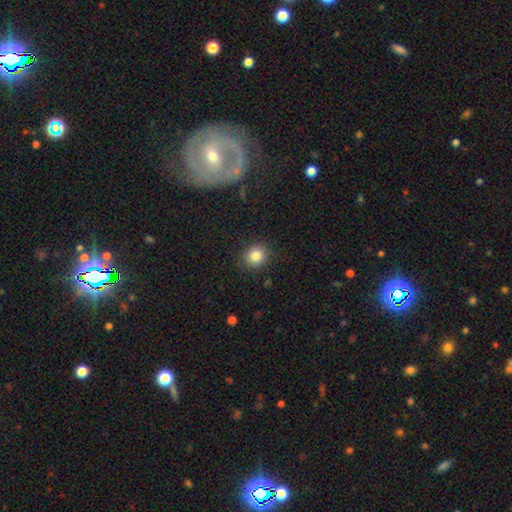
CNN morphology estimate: Overall: smooth (84%). How rounded: round (77%). Merging: none (88%).